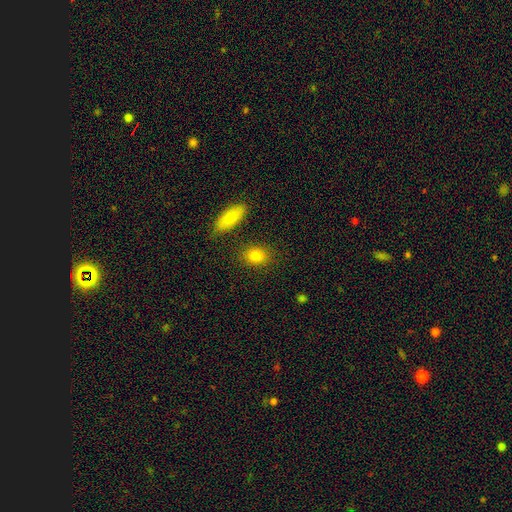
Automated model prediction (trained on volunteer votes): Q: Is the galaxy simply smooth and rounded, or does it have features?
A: smooth — 82%.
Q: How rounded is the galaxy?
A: in between — 65%.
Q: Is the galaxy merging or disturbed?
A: none — 82%.